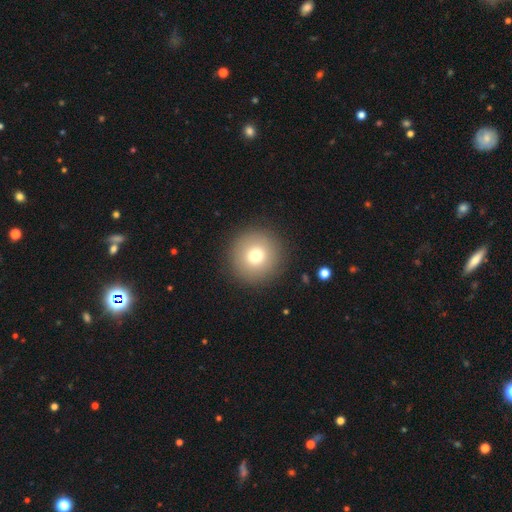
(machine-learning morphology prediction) type=smooth (75%); roundness=round (96%); merging=none (91%).